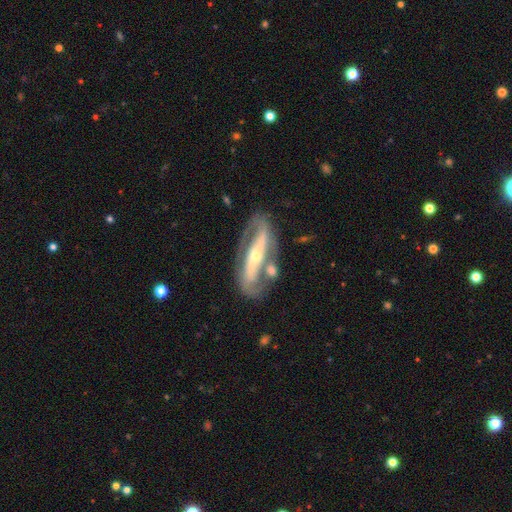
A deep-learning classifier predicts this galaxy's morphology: smooth_or_featured: featured or disk (p=0.84) [alt: smooth p=0.11]
disk_edge_on: no (p=0.83) [alt: yes p=0.17]
bar: strong (p=0.62) [alt: no p=0.24]
has_spiral_arms: yes (p=0.83) [alt: no p=0.17]
spiral_winding: medium (p=0.41) [alt: tight p=0.33]
spiral_arm_count: 2 (p=0.86) [alt: can't tell p=0.07]
bulge_size: small (p=0.55) [alt: moderate p=0.40]
merging: none (p=0.69) [alt: minor disturbance p=0.14]